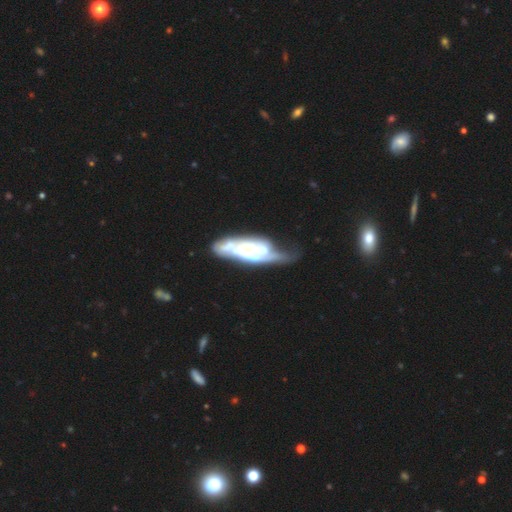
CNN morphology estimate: Q: Smooth or featured?
A: featured or disk (71%); runner-up: smooth (22%)
Q: Edge-on disk?
A: no (86%); runner-up: yes (14%)
Q: Bar?
A: no (75%); runner-up: weak (17%)
Q: Spiral arms?
A: no (56%); runner-up: yes (44%)
Q: Bulge size?
A: small (34%); runner-up: moderate (29%)
Q: Merging?
A: major disturbance (34%); runner-up: minor disturbance (26%)